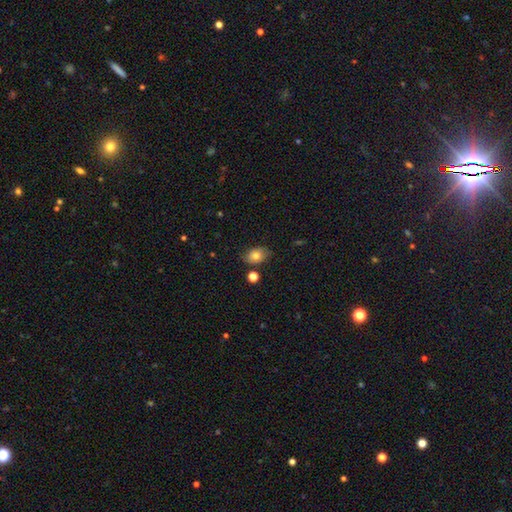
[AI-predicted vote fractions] Overall: smooth (76%). How rounded: in between (75%). Merging: none (79%).